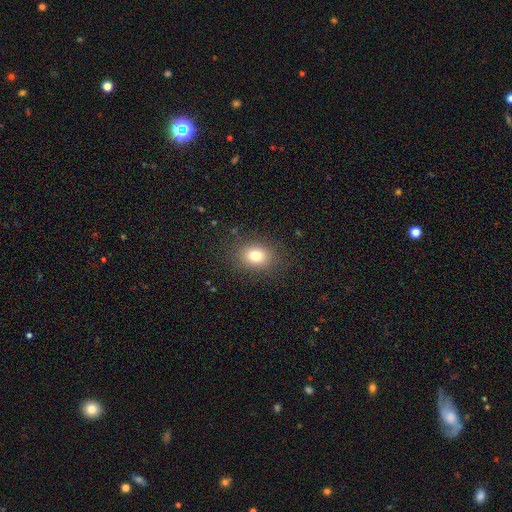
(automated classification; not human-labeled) Morphology: type=smooth (78%); roundness=in between (52%); merging=none (86%).